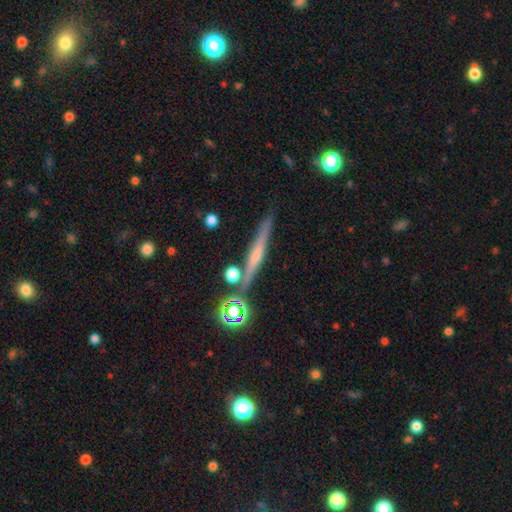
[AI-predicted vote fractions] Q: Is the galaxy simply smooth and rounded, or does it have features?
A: featured or disk — 57%.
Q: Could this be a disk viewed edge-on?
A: yes — 96%.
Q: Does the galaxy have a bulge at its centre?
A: rounded — 60%.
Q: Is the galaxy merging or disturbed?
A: none — 84%.